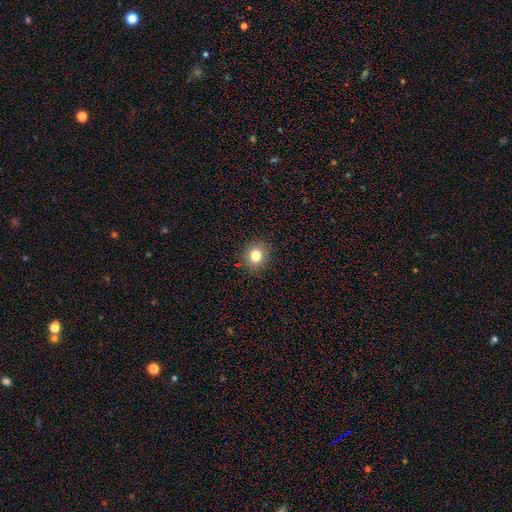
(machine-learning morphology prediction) Smooth or featured: smooth — 80% (star or artifact — 12%)
How rounded: round — 78% (in between — 22%)
Merging: none — 88% (minor disturbance — 8%)